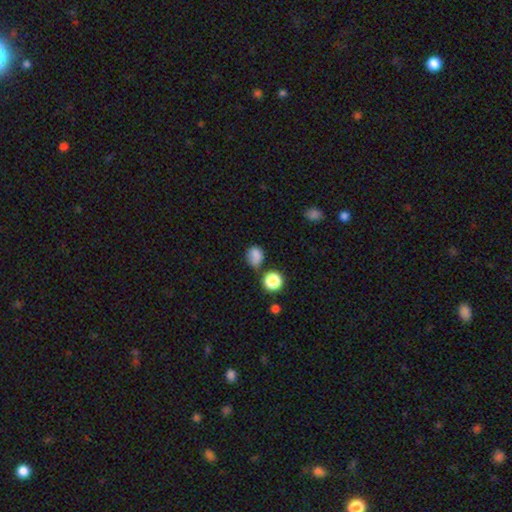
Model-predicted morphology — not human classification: Smooth or featured: smooth — 77% (star or artifact — 14%)
How rounded: round — 60% (in between — 38%)
Merging: none — 51% (minor disturbance — 27%)